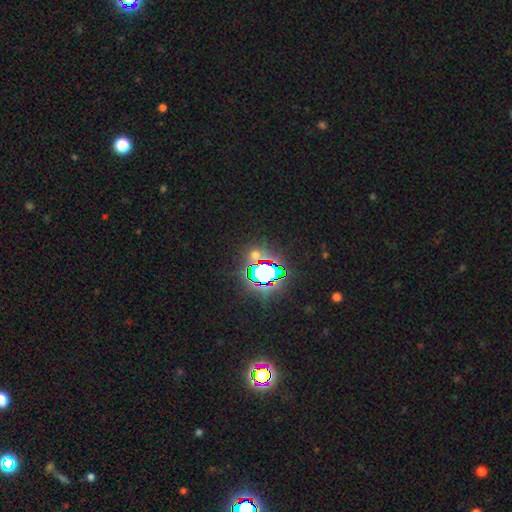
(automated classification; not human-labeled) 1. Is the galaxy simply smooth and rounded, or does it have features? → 67% star or artifact, 23% smooth, 10% featured or disk.